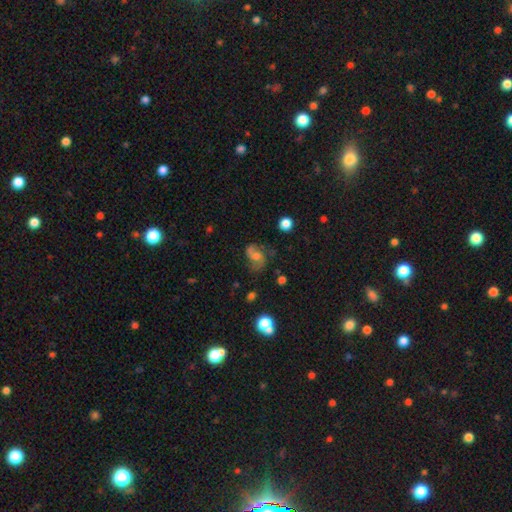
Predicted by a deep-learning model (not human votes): A featured or disk galaxy (65%) with no bar (55%), 2 (83%) medium (45%) spiral arms (91%) and a moderate central bulge (42%). Merging: none (62%).